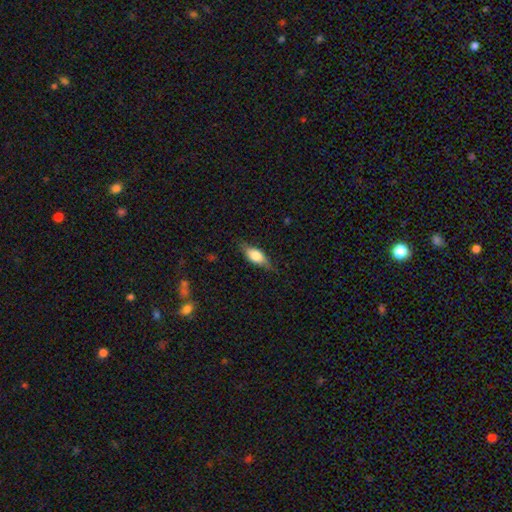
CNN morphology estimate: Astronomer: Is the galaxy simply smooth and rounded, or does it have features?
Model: smooth — 65%.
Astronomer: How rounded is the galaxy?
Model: in between — 76%.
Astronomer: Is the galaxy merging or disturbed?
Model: none — 76%.